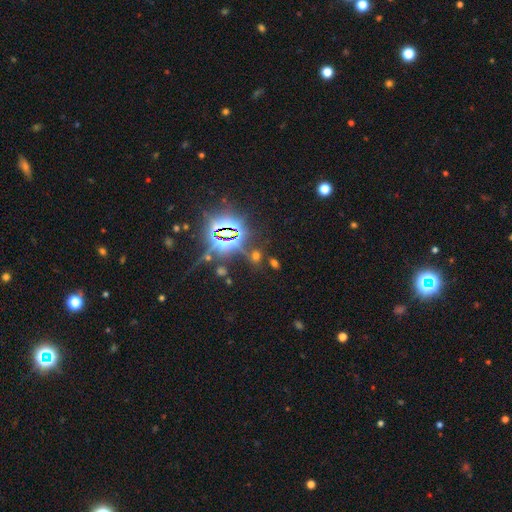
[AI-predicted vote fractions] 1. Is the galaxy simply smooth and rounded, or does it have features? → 58% star or artifact, 32% smooth, 9% featured or disk.